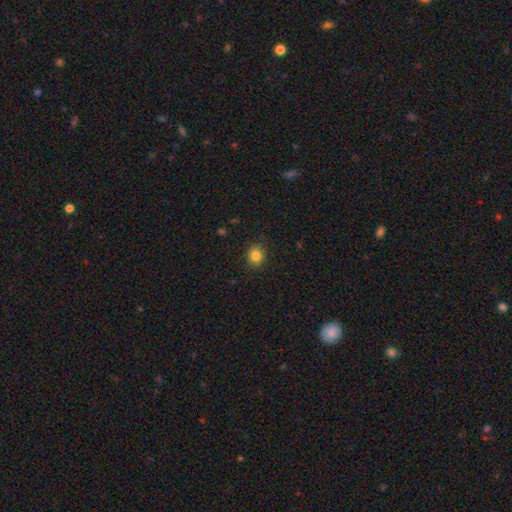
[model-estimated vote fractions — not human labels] Smooth or featured? smooth (83%)
How rounded? round (74%)
Merging? none (90%)